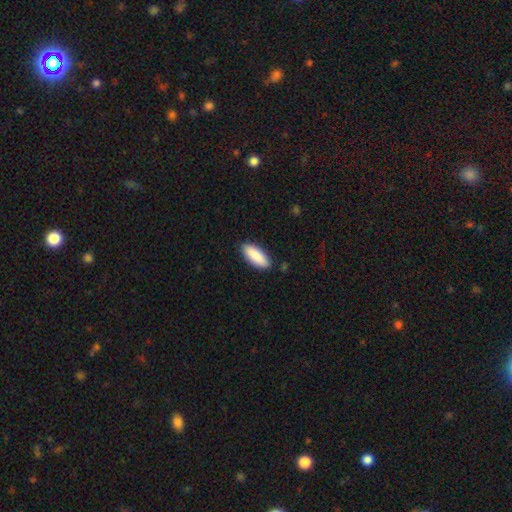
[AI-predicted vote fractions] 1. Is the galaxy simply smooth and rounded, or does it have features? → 90% smooth, 5% star or artifact, 5% featured or disk.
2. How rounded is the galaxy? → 73% in between, 26% cigar-shaped, 2% round.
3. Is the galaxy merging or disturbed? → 88% none, 9% minor disturbance, 2% major disturbance, 1% merger.